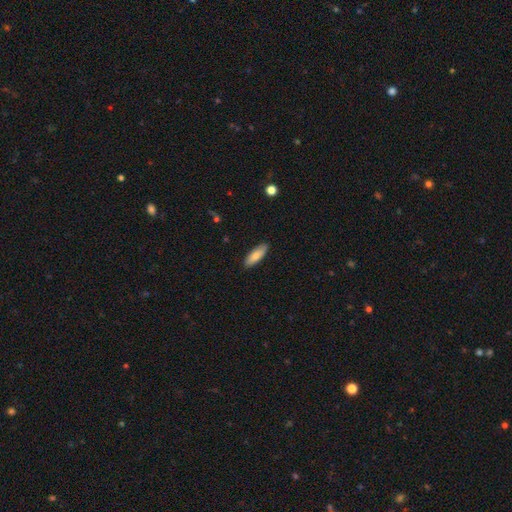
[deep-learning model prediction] smooth_or_featured: smooth (p=0.80) [alt: featured or disk p=0.14]
how_rounded: in between (p=0.59) [alt: cigar-shaped p=0.39]
merging: none (p=0.87) [alt: minor disturbance p=0.11]